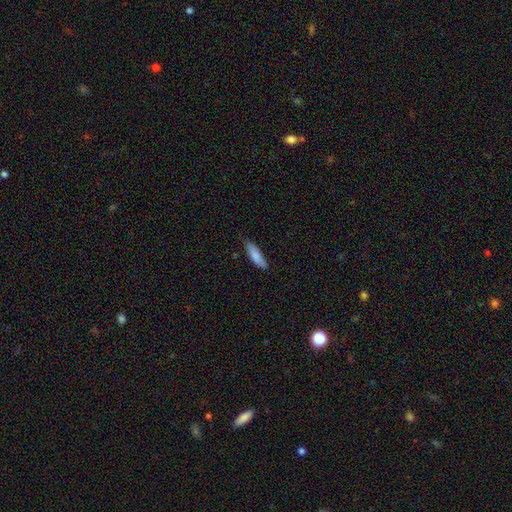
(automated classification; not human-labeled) Overall: smooth (84%). How rounded: cigar-shaped (59%; in between 39%). Merging: none (76%).